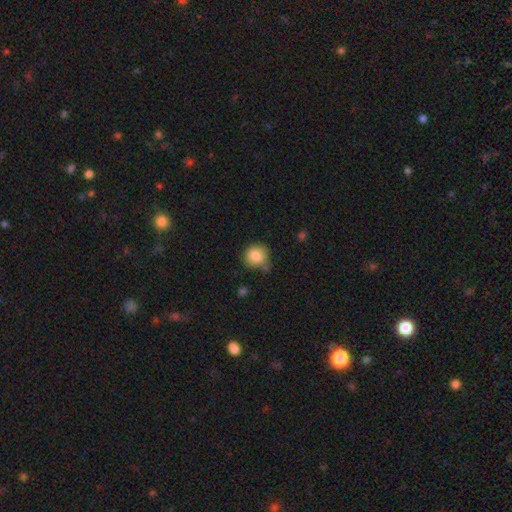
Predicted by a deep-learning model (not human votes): The model was most divided on "merging": none: 69%, minor disturbance: 20%, merger: 7%, major disturbance: 4%. More confident: how rounded — round (87%); smooth or featured — smooth (85%).